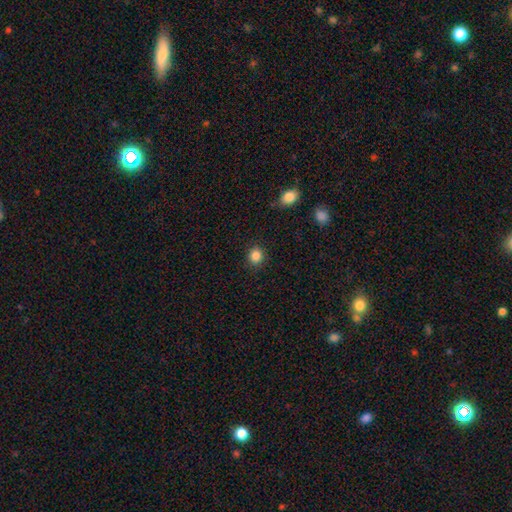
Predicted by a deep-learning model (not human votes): Smooth or featured?
  - smooth: 86% *
  - star or artifact: 11%
  - featured or disk: 4%
How rounded?
  - round: 81% *
  - in between: 18%
  - cigar-shaped: 1%
Merging?
  - none: 89% *
  - minor disturbance: 7%
  - major disturbance: 2%
  - merger: 1%